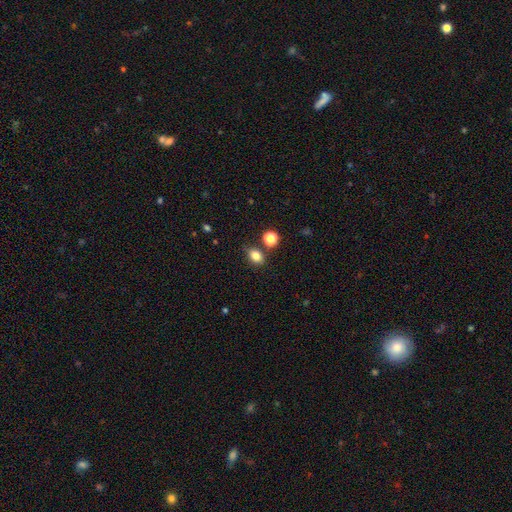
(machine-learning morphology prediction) Smooth or featured: smooth — 82% (star or artifact — 12%)
How rounded: in between — 68% (round — 31%)
Merging: none — 75% (minor disturbance — 13%)